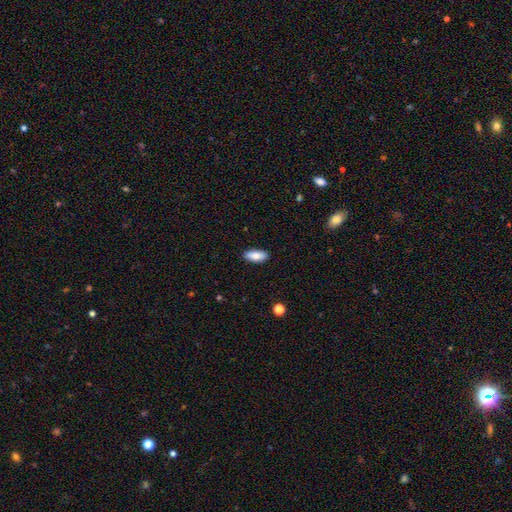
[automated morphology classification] The model was most divided on "how rounded": in between: 83%, cigar-shaped: 15%, round: 2%. More confident: merging — none (88%); smooth or featured — smooth (82%).